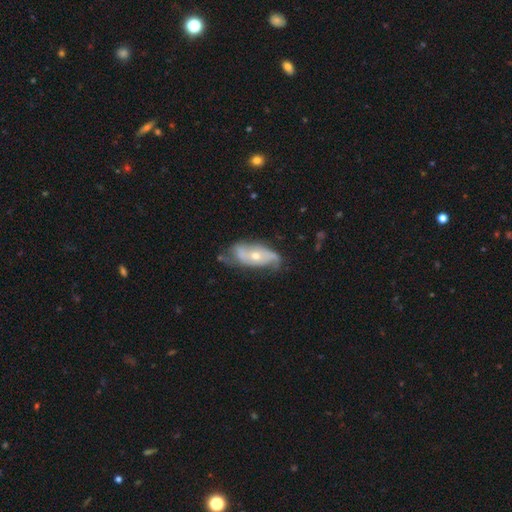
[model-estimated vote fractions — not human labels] Overall: featured or disk (74%). Edge-on disk: no (89%). Bar: no (72%). Spiral arms: yes (84%). Spiral arm count: 2 (62%). Spiral winding: medium (38%; loose 33%). Bulge size: moderate (52%; small 44%). Merging: none (58%; minor disturbance 28%).